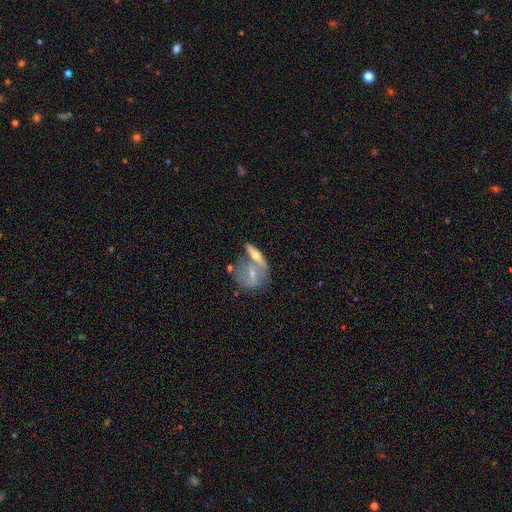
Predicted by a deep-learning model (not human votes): Smooth or featured?
  - featured or disk: 55% *
  - smooth: 38%
  - star or artifact: 7%
Edge-on disk?
  - yes: 75% *
  - no: 25%
Merging?
  - none: 48% *
  - merger: 36%
  - minor disturbance: 11%
  - major disturbance: 5%